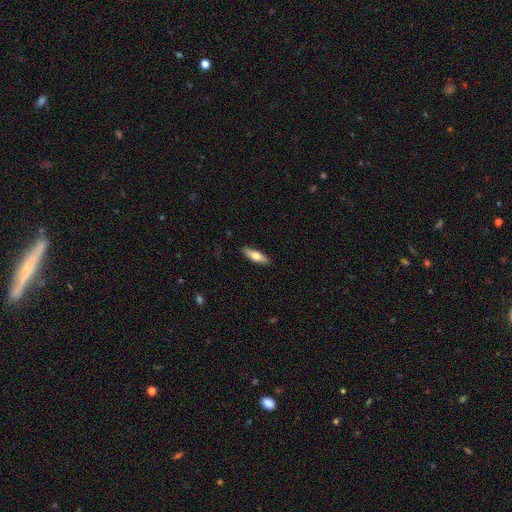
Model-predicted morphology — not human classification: smooth 68%, featured or disk 26%, star or artifact 6%. Down the decision tree: how rounded — cigar-shaped (50%); merging — none (89%).